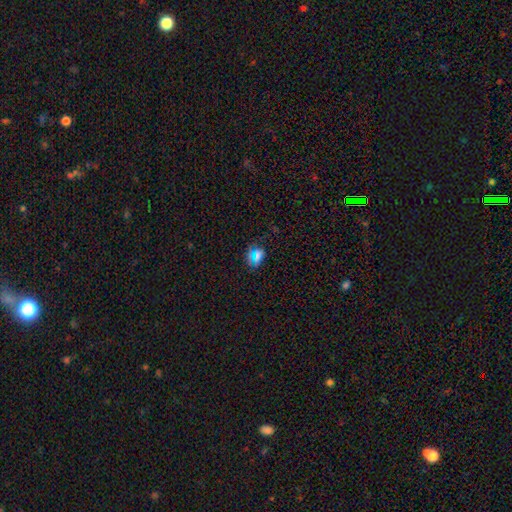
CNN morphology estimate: smooth-or-featured: smooth: 56% | star or artifact: 34% | featured or disk: 10%
  how-rounded: in between: 63% | round: 27% | cigar-shaped: 9%
  merging: none: 73% | minor disturbance: 15% | major disturbance: 7% | merger: 4%